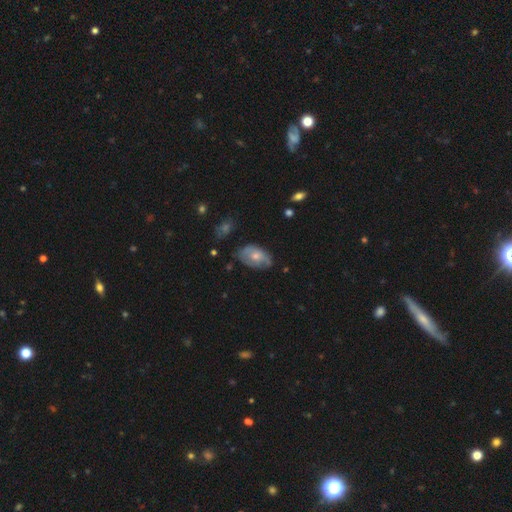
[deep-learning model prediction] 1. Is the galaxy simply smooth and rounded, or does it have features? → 49% smooth, 44% featured or disk, 7% star or artifact.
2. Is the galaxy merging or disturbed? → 54% none, 33% minor disturbance, 11% major disturbance, 2% merger.